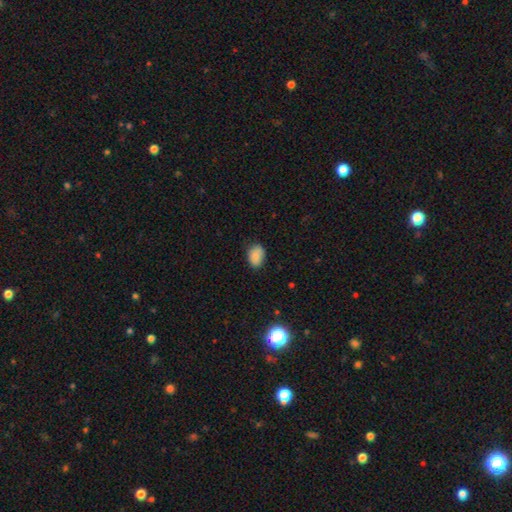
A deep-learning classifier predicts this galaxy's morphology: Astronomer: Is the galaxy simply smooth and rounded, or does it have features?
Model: smooth — 84%.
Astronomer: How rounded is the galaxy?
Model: in between — 81%.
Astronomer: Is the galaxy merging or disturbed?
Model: none — 76%.